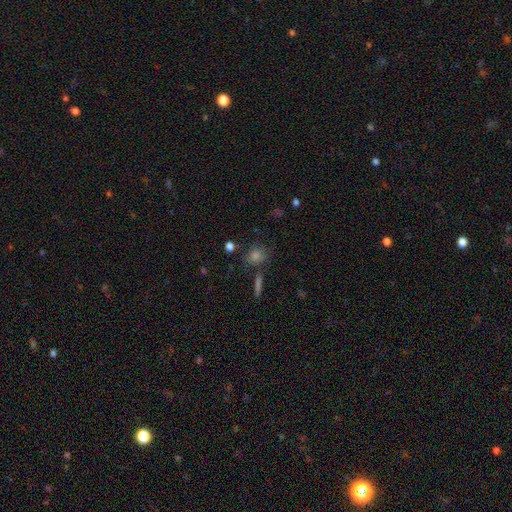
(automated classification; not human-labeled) Smooth or featured: smooth — 68% (star or artifact — 20%)
How rounded: round — 67% (in between — 30%)
Merging: none — 75% (minor disturbance — 12%)